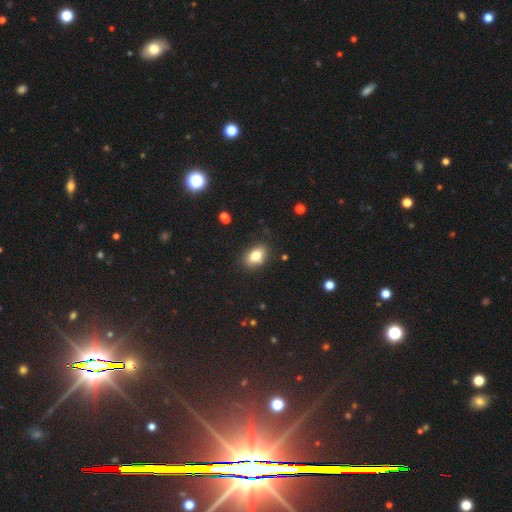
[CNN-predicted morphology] Smooth or featured? Predicted: smooth (p=0.80). How rounded? Predicted: in between (p=0.82). Merging? Predicted: none (p=0.82).